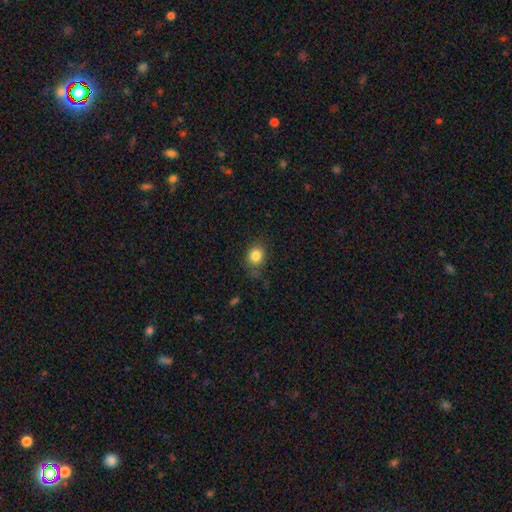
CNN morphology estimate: The model was most divided on "how rounded": round: 70%, in between: 29%, cigar-shaped: 1%. More confident: smooth or featured — smooth (84%); merging — none (75%).